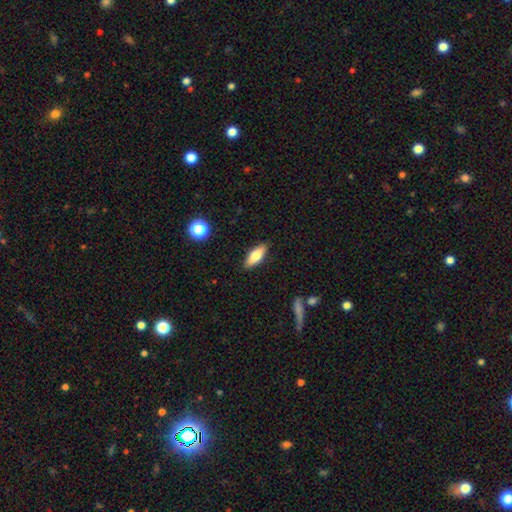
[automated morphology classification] A smooth galaxy with no disk features (67%) that is in between round and cigar-shaped (67%).

Vote fractions:
- Smooth or featured? smooth: 67% / featured or disk: 26% / star or artifact: 7%
- How rounded? in between: 67% / cigar-shaped: 30% / round: 3%
- Merging? none: 88% / minor disturbance: 9% / major disturbance: 2% / merger: 1%